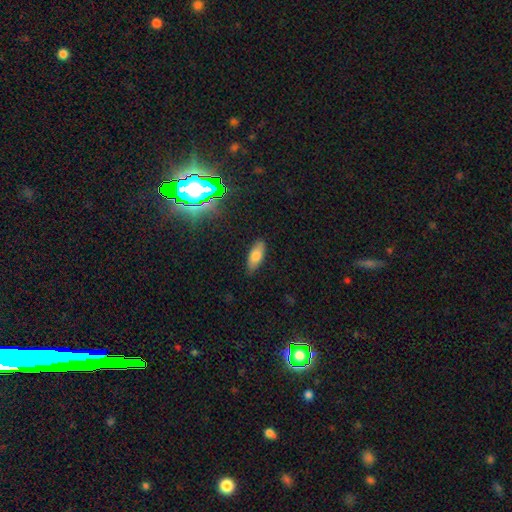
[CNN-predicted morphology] This appears to be a smooth galaxy with no disk features (76%) that is in between round and cigar-shaped (80%). Merging: none (84%).